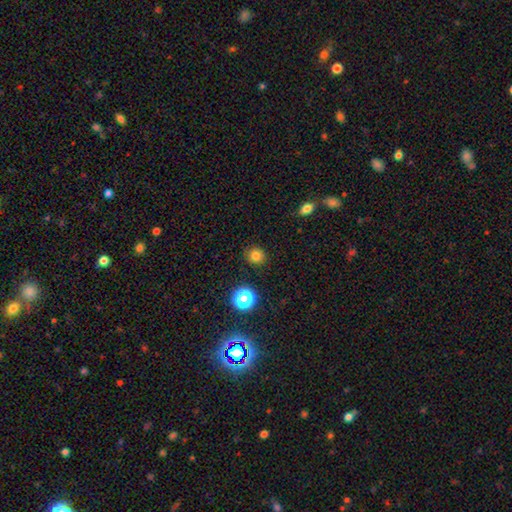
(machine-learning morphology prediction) A smooth galaxy with no disk features (80%) that is round (89%).

Vote fractions:
- Smooth or featured? smooth: 80% / star or artifact: 15% / featured or disk: 5%
- How rounded? round: 89% / in between: 10% / cigar-shaped: 1%
- Merging? none: 90% / minor disturbance: 7% / major disturbance: 2% / merger: 1%